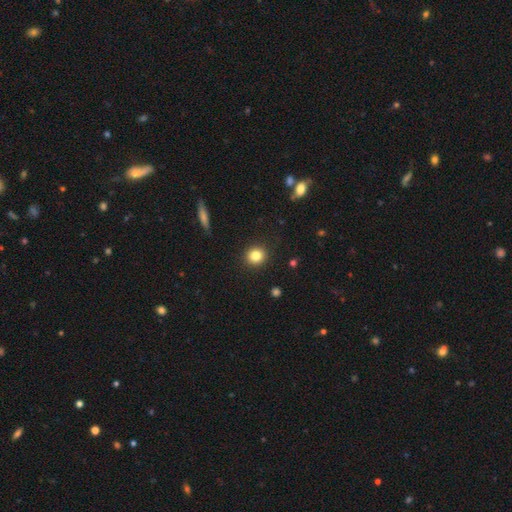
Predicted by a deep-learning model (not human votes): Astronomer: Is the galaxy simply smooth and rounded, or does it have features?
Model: smooth — 83%.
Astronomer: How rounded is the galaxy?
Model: round — 86%.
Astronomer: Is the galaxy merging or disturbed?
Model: none — 91%.